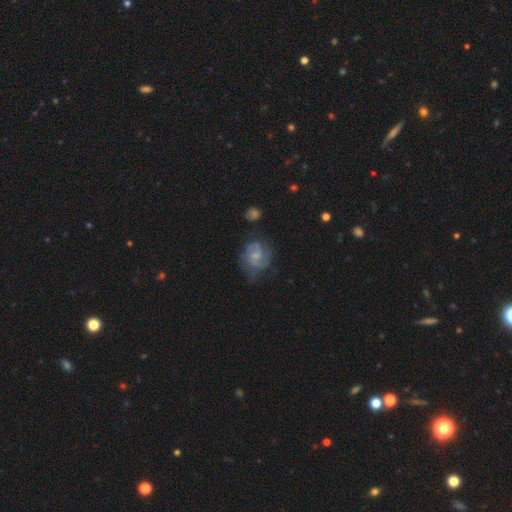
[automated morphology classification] Smooth or featured: featured or disk — 64% (smooth — 28%)
Edge-on disk: no — 98% (yes — 2%)
Bar: no — 53% (weak — 42%)
Spiral arms: yes — 84% (no — 16%)
Spiral winding: medium — 46% (tight — 34%)
Spiral arm count: 2 — 55% (can't tell — 24%)
Bulge size: small — 42% (moderate — 35%)
Merging: none — 55% (minor disturbance — 26%)